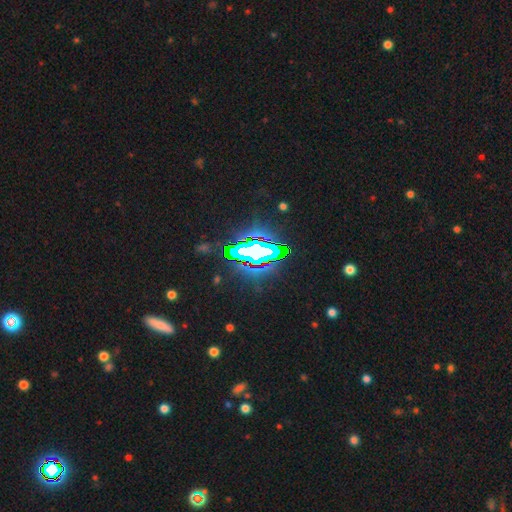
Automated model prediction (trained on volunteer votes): smooth_or_featured: star or artifact (p=0.68) [alt: featured or disk p=0.18]